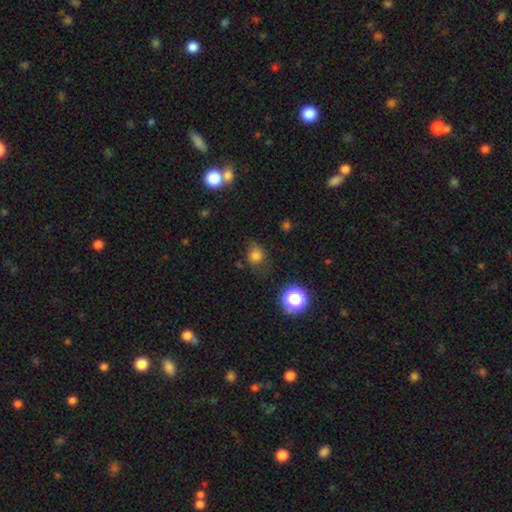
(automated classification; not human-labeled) Smooth or featured? Predicted: smooth (p=0.76). How rounded? Predicted: round (p=0.78). Merging? Predicted: none (p=0.67).